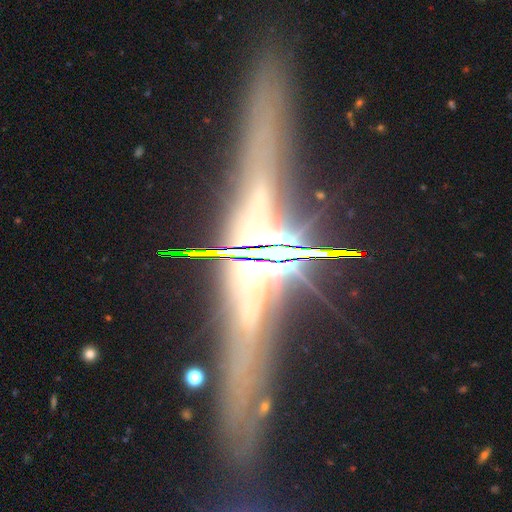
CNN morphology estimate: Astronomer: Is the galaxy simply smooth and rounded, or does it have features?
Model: star or artifact — 57%.